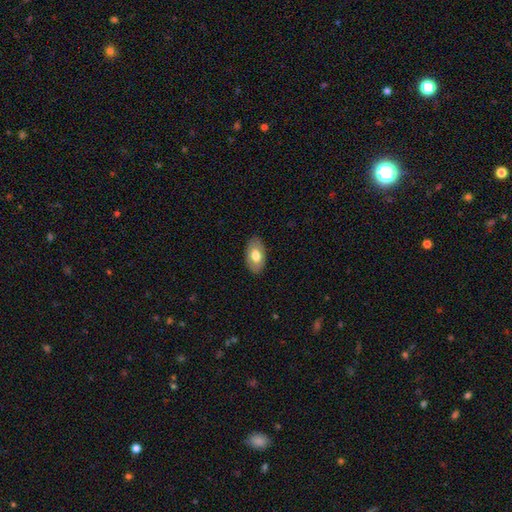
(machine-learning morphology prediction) This is likely a smooth galaxy (67%). How rounded: clearly in between (93%). Merging: clearly none (85%).